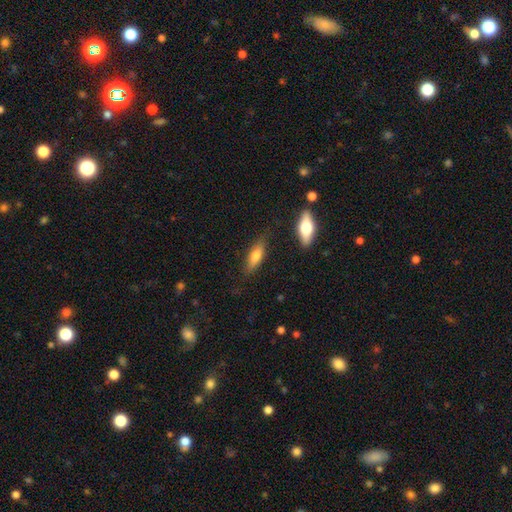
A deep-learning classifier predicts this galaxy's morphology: Q: Smooth or featured?
A: smooth (70%); runner-up: featured or disk (23%)
Q: How rounded?
A: in between (53%); runner-up: cigar-shaped (44%)
Q: Merging?
A: none (74%); runner-up: minor disturbance (18%)